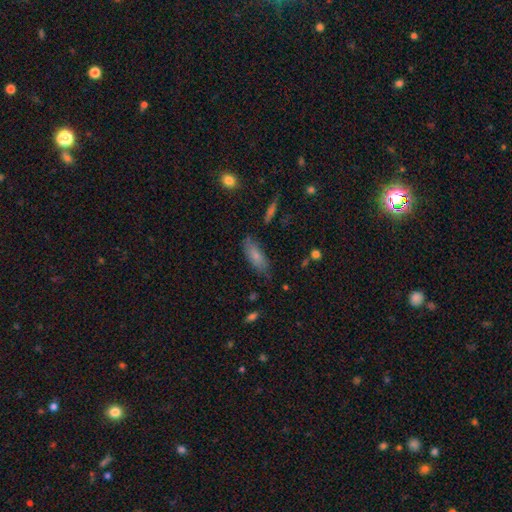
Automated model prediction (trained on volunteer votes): Smooth or featured: smooth — 76% (featured or disk — 17%)
How rounded: in between — 71% (cigar-shaped — 27%)
Merging: none — 70% (minor disturbance — 23%)